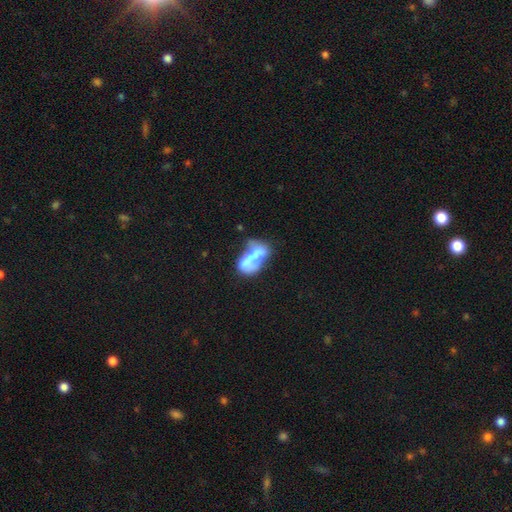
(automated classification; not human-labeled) A smooth galaxy with no disk features (49%).

Vote fractions:
- Smooth or featured? smooth: 49% / featured or disk: 42% / star or artifact: 9%
- Merging? merger: 40% / major disturbance: 22% / none: 21% / minor disturbance: 17%